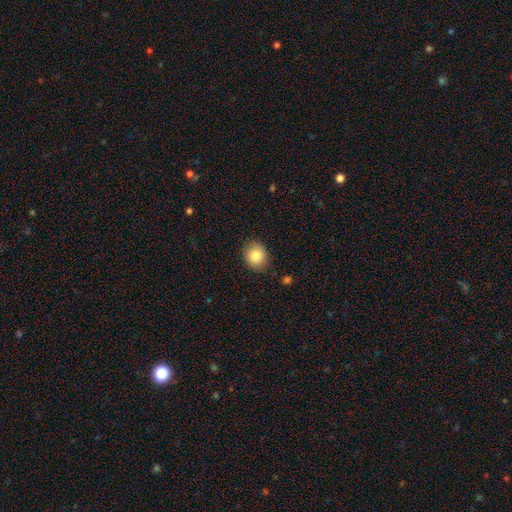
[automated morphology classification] The model was most divided on "how rounded": round: 70%, in between: 29%, cigar-shaped: 1%. More confident: merging — none (87%); smooth or featured — smooth (84%).